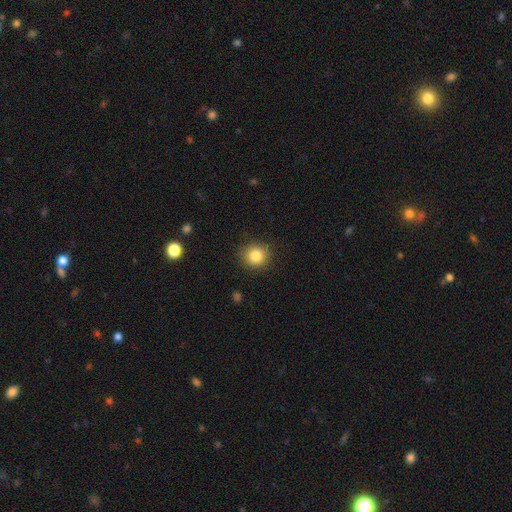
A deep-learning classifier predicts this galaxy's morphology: This is clearly a smooth galaxy (84%). How rounded: clearly round (89%). Merging: clearly none (88%).